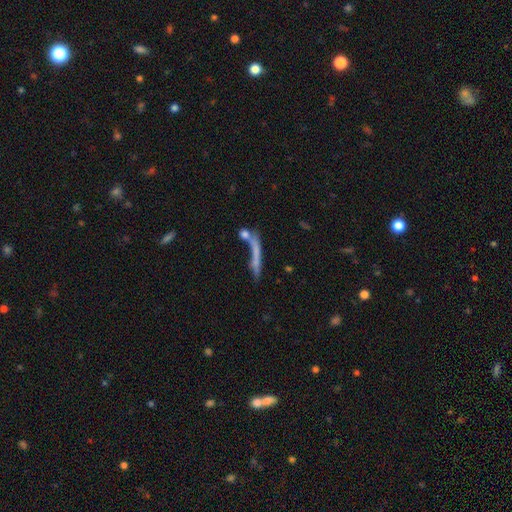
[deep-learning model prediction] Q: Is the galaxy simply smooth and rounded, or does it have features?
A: smooth — 50%.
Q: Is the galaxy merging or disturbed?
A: none — 45%.